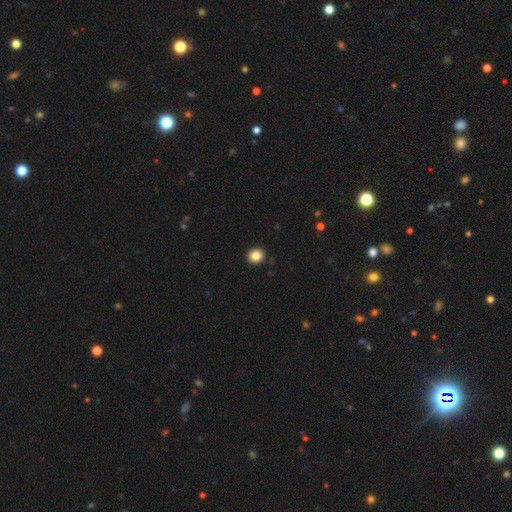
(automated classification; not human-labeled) Smooth or featured? Predicted: smooth (p=0.86). How rounded? Predicted: round (p=0.80). Merging? Predicted: none (p=0.93).